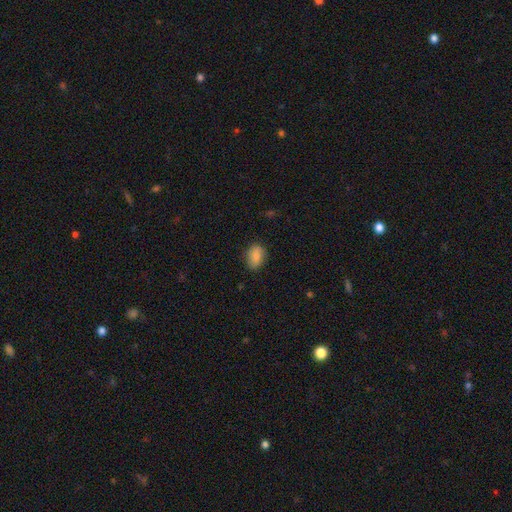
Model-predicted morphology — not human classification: Q: Smooth or featured?
A: smooth (86%); runner-up: star or artifact (8%)
Q: How rounded?
A: in between (80%); runner-up: round (19%)
Q: Merging?
A: none (79%); runner-up: minor disturbance (17%)